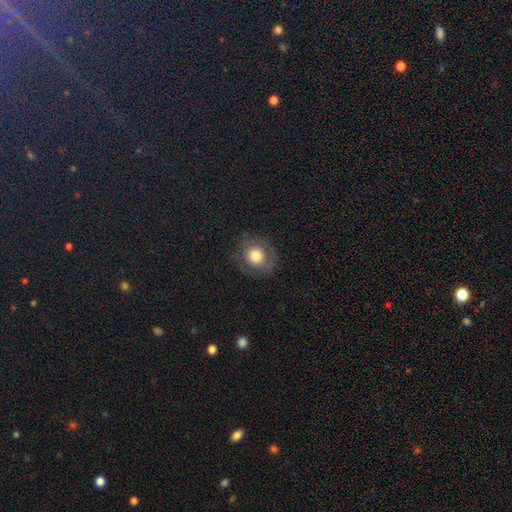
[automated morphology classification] Smooth or featured? Predicted: smooth (p=0.72). How rounded? Predicted: round (p=0.82). Merging? Predicted: none (p=0.79).